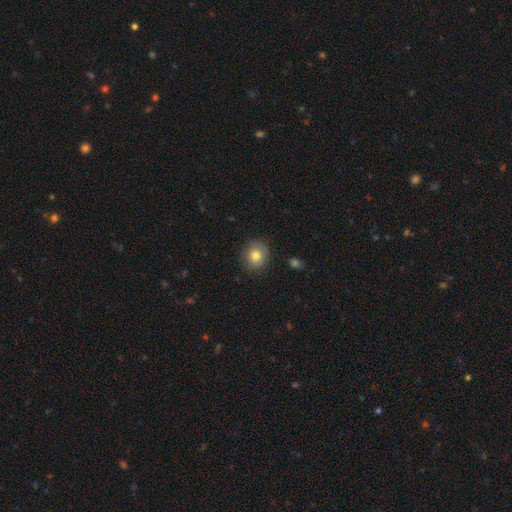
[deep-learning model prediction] This is likely a smooth galaxy (77%). How rounded: clearly round (84%). Merging: clearly none (84%).